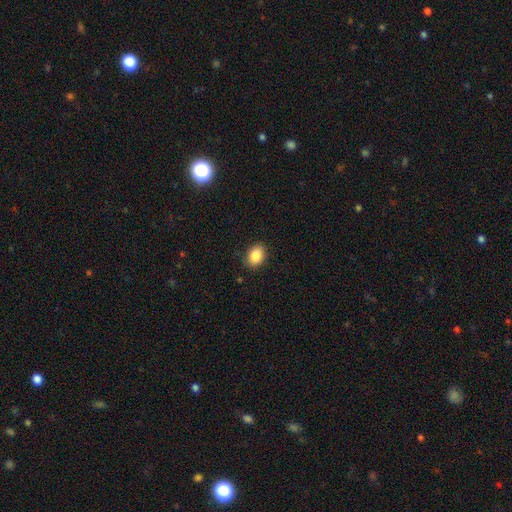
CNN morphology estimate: type=smooth (87%); roundness=in between (74%); merging=none (86%).